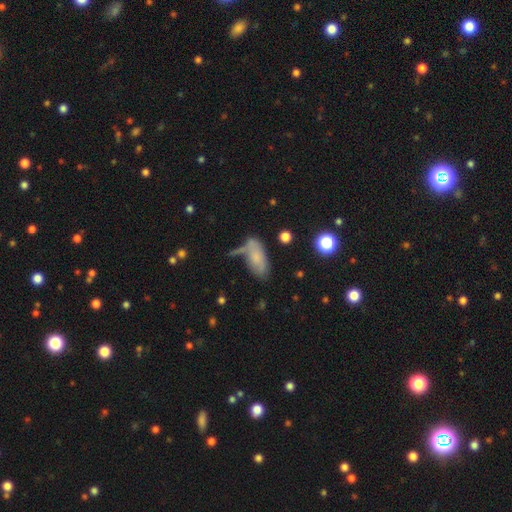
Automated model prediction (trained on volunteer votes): The model was most divided on "merging": none: 47%, minor disturbance: 24%, merger: 17%, major disturbance: 12%. More confident: how rounded — in between (85%); smooth or featured — smooth (72%).